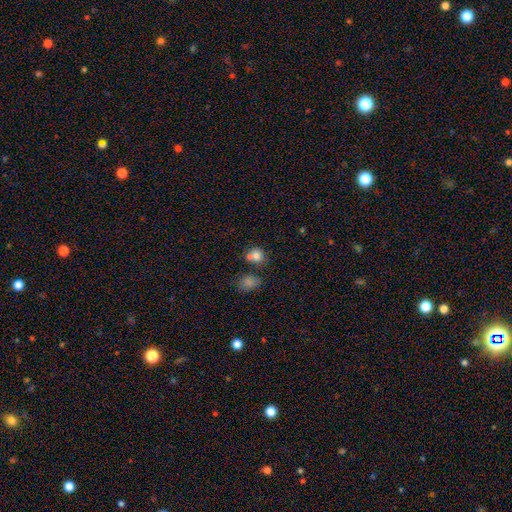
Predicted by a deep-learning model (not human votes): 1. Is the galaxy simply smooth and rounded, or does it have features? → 80% smooth, 11% star or artifact, 10% featured or disk.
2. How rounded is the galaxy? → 72% round, 27% in between, 1% cigar-shaped.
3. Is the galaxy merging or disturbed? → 49% none, 34% merger, 12% minor disturbance, 5% major disturbance.